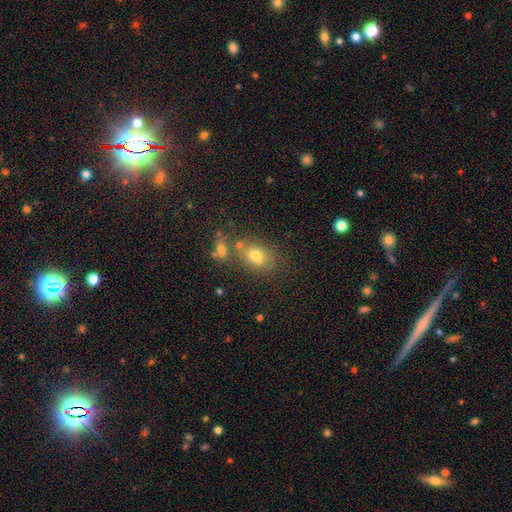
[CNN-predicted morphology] Smooth or featured: smooth — 72% (featured or disk — 15%)
How rounded: in between — 74% (round — 24%)
Merging: none — 61% (merger — 19%)